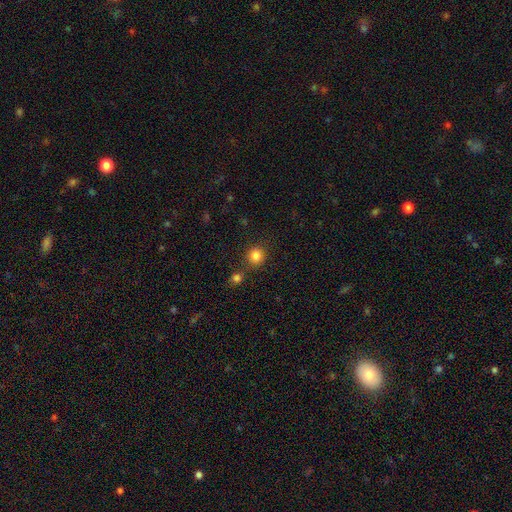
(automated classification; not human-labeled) Q: Smooth or featured?
A: smooth (84%); runner-up: star or artifact (12%)
Q: How rounded?
A: round (90%); runner-up: in between (9%)
Q: Merging?
A: none (78%); runner-up: merger (11%)